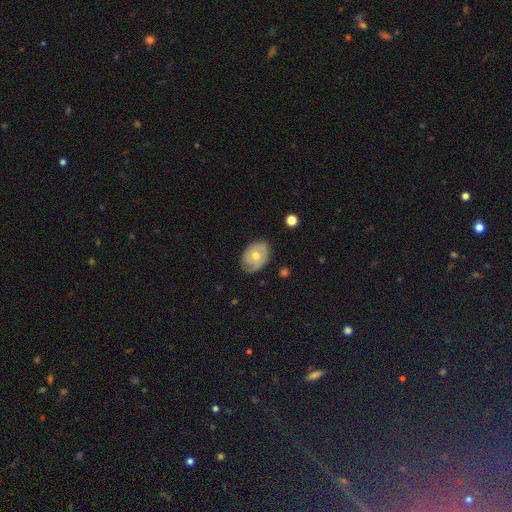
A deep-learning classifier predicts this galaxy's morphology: This appears to be a featured or disk galaxy (59%) with no bar (82%), spiral arms (69%) and a moderate central bulge (66%). Merging: none (74%).